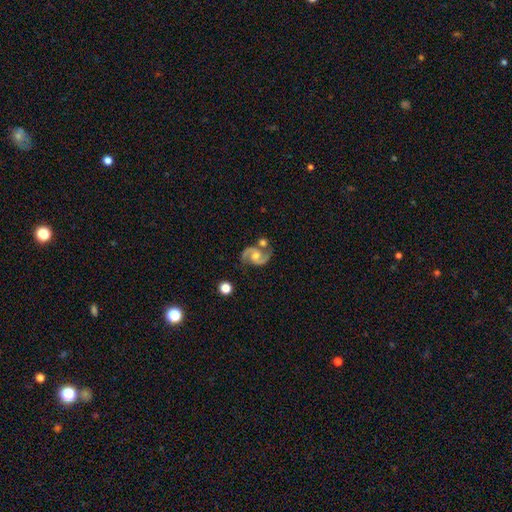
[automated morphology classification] The model was most divided on "bar": no: 59%, weak: 32%, strong: 9%. More confident: edge-on disk — no (98%); spiral arms — yes (98%); spiral arm count — 2 (94%); smooth or featured — featured or disk (91%); merging — none (70%); spiral winding — medium (63%); bulge size — moderate (62%).